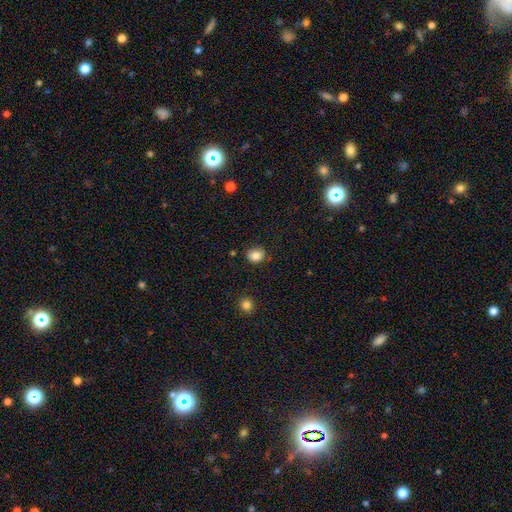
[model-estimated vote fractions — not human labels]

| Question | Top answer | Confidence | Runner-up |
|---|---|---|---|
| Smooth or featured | smooth | 84% | star or artifact (10%) |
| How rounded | round | 66% | in between (33%) |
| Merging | none | 82% | minor disturbance (13%) |